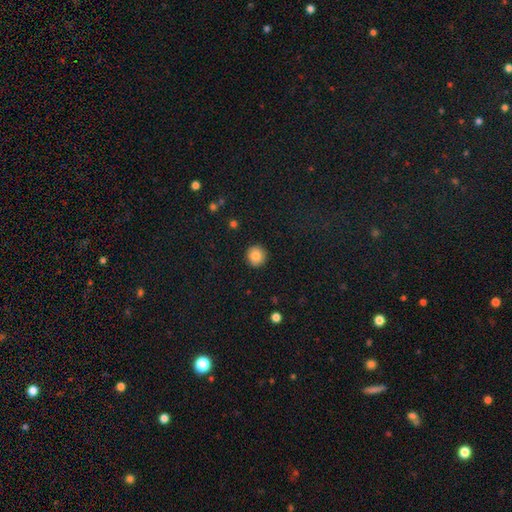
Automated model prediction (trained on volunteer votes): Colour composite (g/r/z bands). It shows a smooth galaxy with no disk features (86%) that is round (94%). Merging: none (91%).